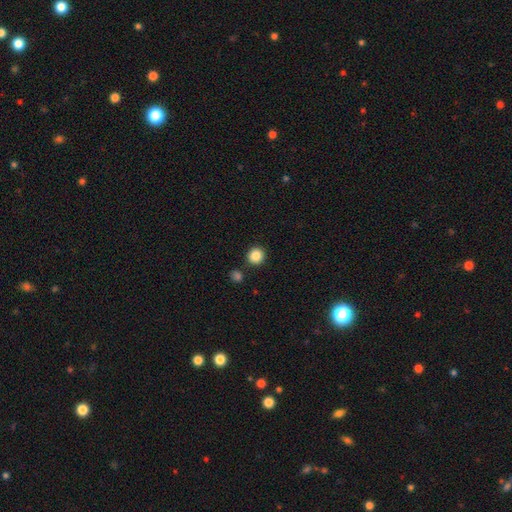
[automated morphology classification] Overall: smooth (87%). How rounded: round (91%). Merging: none (85%).